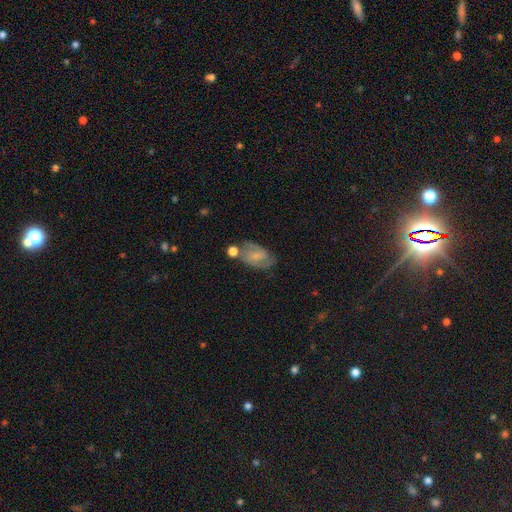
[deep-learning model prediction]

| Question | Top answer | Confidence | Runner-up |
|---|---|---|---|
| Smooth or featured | featured or disk | 59% | smooth (33%) |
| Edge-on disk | no | 96% | yes (4%) |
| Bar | no | 45% | weak (43%) |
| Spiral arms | yes | 86% | no (14%) |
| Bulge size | small | 55% | moderate (21%) |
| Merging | none | 60% | minor disturbance (19%) |